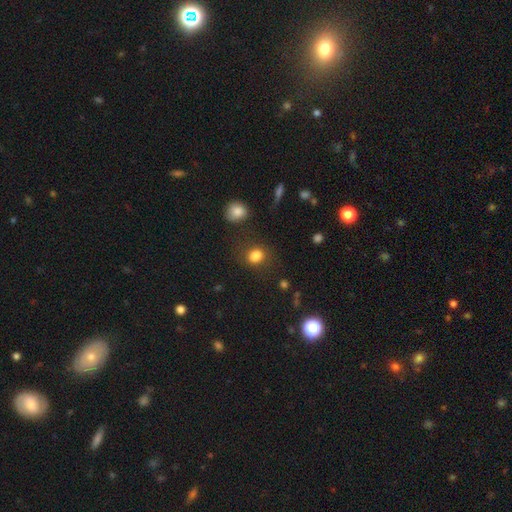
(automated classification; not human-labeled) Smooth or featured?
  - smooth: 83% *
  - star or artifact: 11%
  - featured or disk: 6%
How rounded?
  - round: 60% *
  - in between: 38%
  - cigar-shaped: 1%
Merging?
  - none: 74% *
  - minor disturbance: 14%
  - major disturbance: 7%
  - merger: 5%